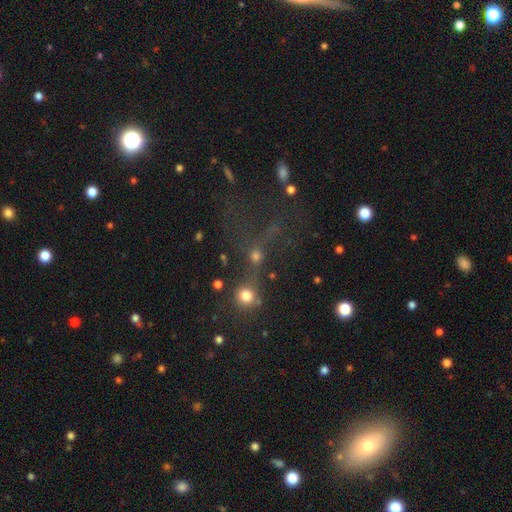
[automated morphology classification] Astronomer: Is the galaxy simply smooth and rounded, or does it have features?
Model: smooth — 48% (runner-up: star or artifact, 36%).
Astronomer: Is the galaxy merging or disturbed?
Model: none — 45% (runner-up: merger, 28%).